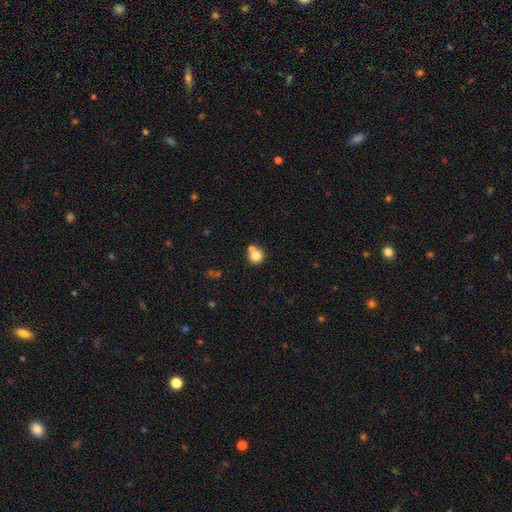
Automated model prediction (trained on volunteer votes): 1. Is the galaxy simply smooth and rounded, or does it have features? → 80% smooth, 10% star or artifact, 10% featured or disk.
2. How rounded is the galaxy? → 88% round, 11% in between, 1% cigar-shaped.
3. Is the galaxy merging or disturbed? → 54% none, 35% merger, 8% minor disturbance, 3% major disturbance.